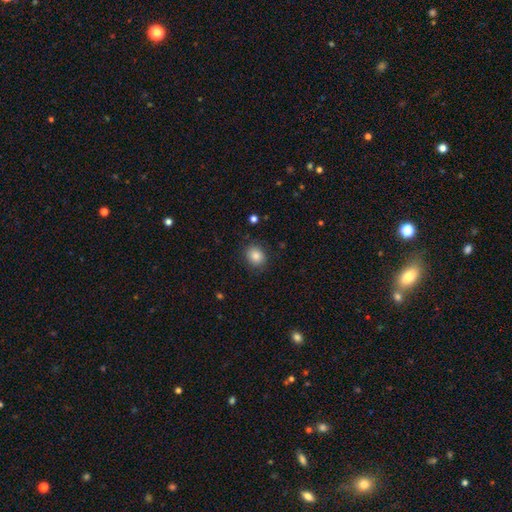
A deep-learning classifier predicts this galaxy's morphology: smooth_or_featured: smooth (p=0.85) [alt: star or artifact p=0.09]
how_rounded: round (p=0.63) [alt: in between p=0.36]
merging: none (p=0.84) [alt: minor disturbance p=0.12]